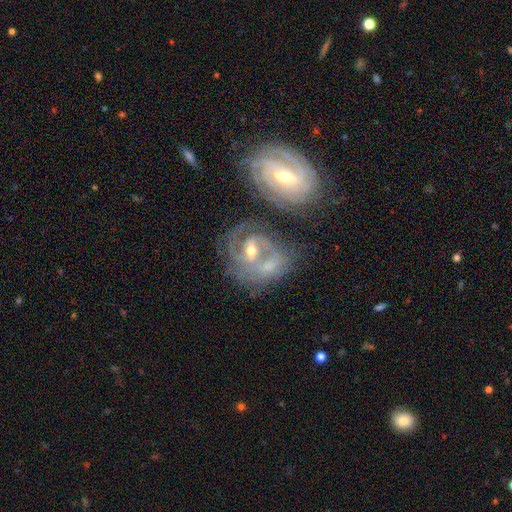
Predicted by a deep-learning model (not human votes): A featured or disk galaxy (80%) with a weak bar (43%), 2 (33%) tight (62%) spiral arms (91%) and a moderate central bulge (59%).

Vote fractions:
- Smooth or featured? featured or disk: 80% / smooth: 12% / star or artifact: 8%
- Edge-on disk? no: 96% / yes: 4%
- Bar? weak: 43% / no: 36% / strong: 20%
- Spiral arms? yes: 91% / no: 9%
- Spiral winding? tight: 62% / medium: 31% / loose: 7%
- Spiral arm count? 2: 33% / can't tell: 30% / 3: 21% / 1: 6% / 4: 5% / more than 4: 4%
- Bulge size? moderate: 59% / small: 35% / large: 3% / none: 2% / dominant: 1%
- Merging? merger: 46% / none: 36% / minor disturbance: 11% / major disturbance: 7%